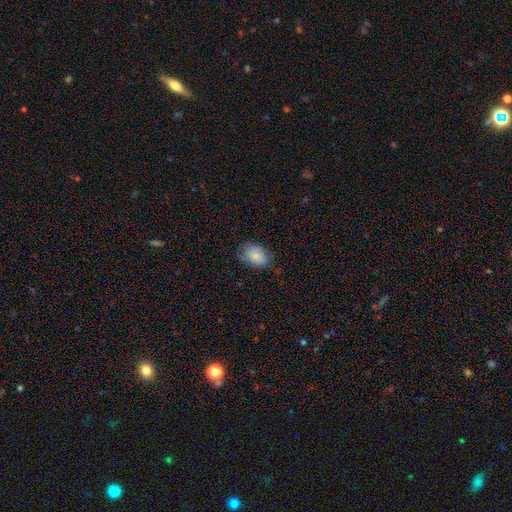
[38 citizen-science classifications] This is likely a smooth galaxy (76%). How rounded: clearly in between (97%). Merging: likely none (60%).